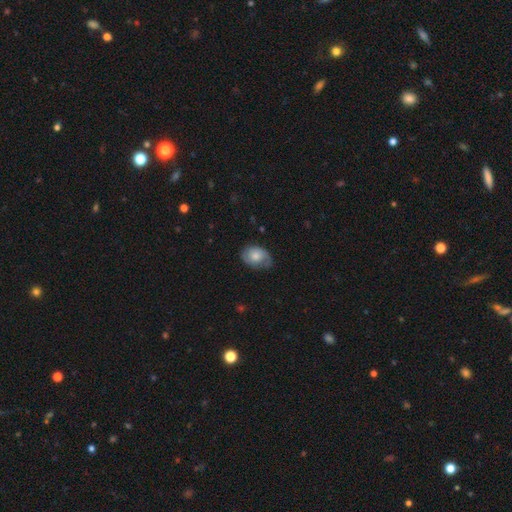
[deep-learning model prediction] A featured or disk galaxy (52%).

Vote fractions:
- Smooth or featured? featured or disk: 52% / smooth: 41% / star or artifact: 7%
- Edge-on disk? no: 96% / yes: 4%
- Merging? none: 66% / minor disturbance: 24% / major disturbance: 9% / merger: 1%